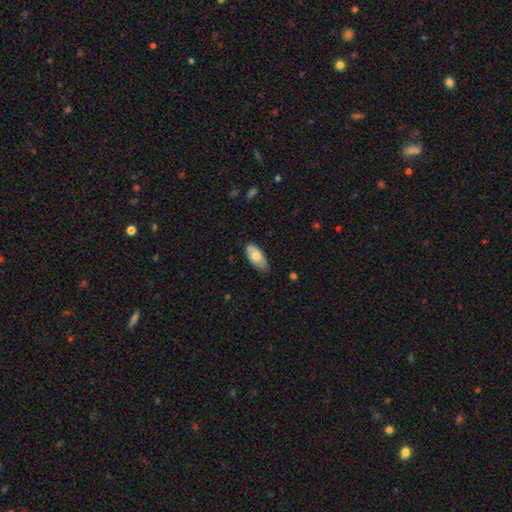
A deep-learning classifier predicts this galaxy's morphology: Smooth or featured? Predicted: smooth (p=0.77). How rounded? Predicted: in between (p=0.90). Merging? Predicted: none (p=0.72).